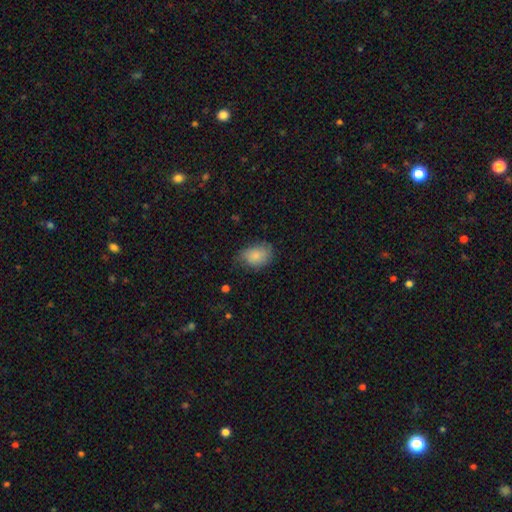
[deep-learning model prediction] Smooth or featured: smooth — 80% (featured or disk — 13%)
How rounded: in between — 81% (round — 18%)
Merging: none — 59% (minor disturbance — 30%)